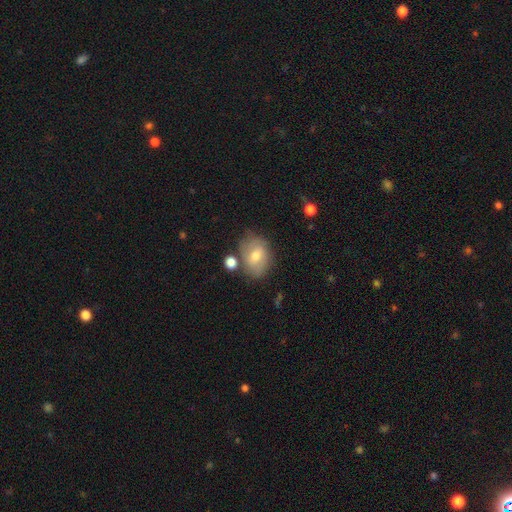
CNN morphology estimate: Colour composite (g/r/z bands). It shows a smooth galaxy with no disk features (60%) that is in between round and cigar-shaped (64%). Merging: none (61%).